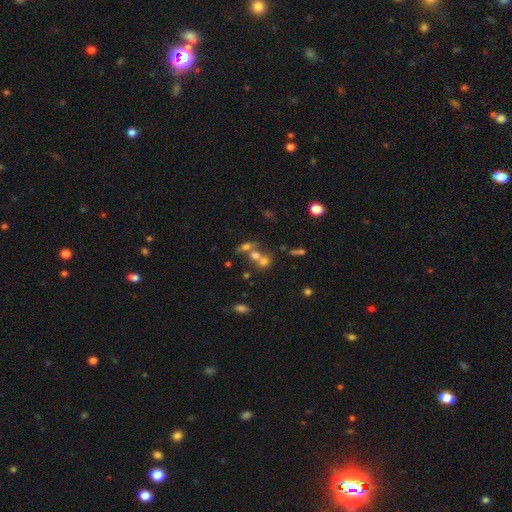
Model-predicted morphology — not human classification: Smooth or featured? Predicted: smooth (p=0.57). How rounded? Predicted: round (p=0.64). Merging? Predicted: merger (p=0.57).